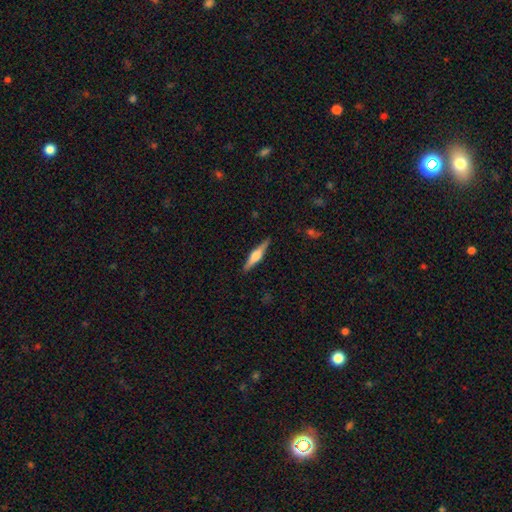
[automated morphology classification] Smooth or featured? Predicted: featured or disk (p=0.63). Edge-on disk? Predicted: yes (p=0.97). Edge-on bulge? Predicted: rounded (p=0.84). Merging? Predicted: none (p=0.90).